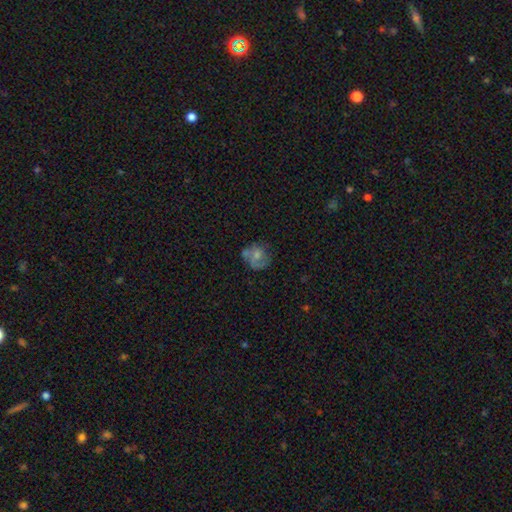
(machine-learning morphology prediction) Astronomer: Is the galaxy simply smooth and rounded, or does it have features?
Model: smooth — 50% (runner-up: featured or disk, 40%).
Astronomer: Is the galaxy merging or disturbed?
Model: none — 49% (runner-up: minor disturbance, 24%).